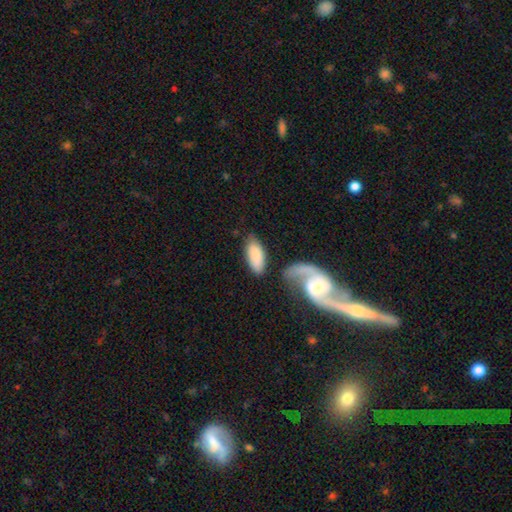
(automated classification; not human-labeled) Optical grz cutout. It shows a smooth galaxy with no disk features (82%) that is in between round and cigar-shaped (90%). Merging: none (57%).